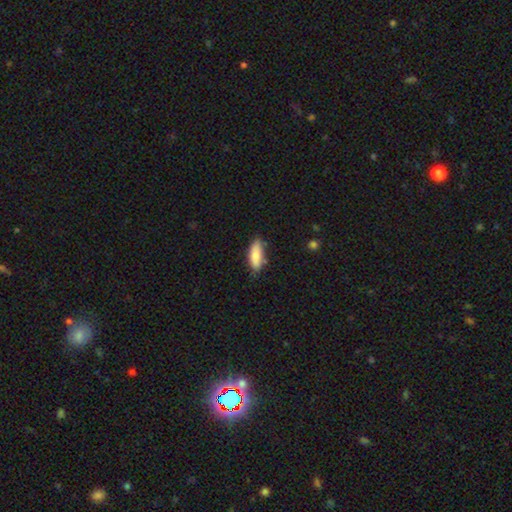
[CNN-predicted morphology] A smooth galaxy with no disk features (83%) that is in between round and cigar-shaped (69%). Merging: none (71%).